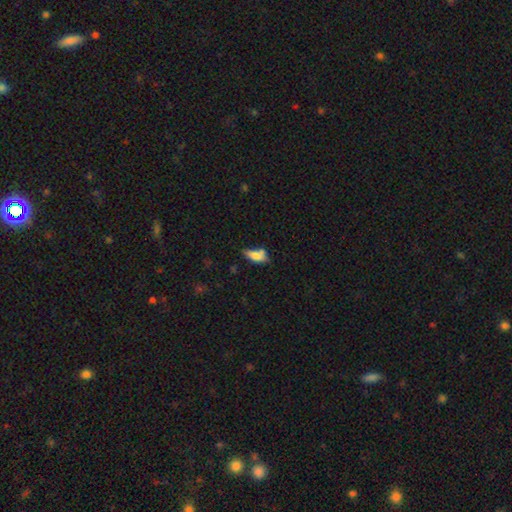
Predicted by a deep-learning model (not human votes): Q: Smooth or featured?
A: smooth (71%); runner-up: featured or disk (20%)
Q: How rounded?
A: in between (77%); runner-up: cigar-shaped (19%)
Q: Merging?
A: none (38%); runner-up: minor disturbance (29%)